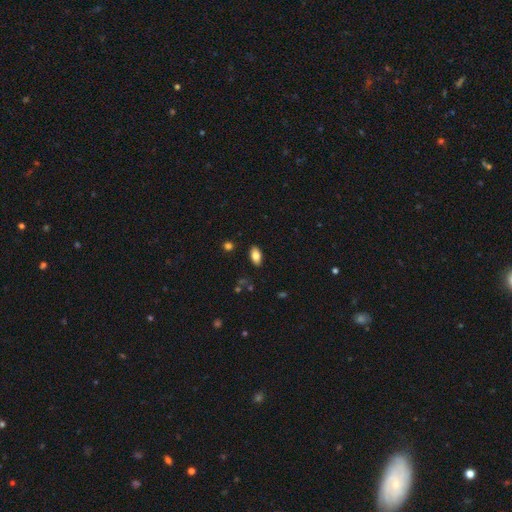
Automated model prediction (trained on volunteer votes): This appears to be a smooth galaxy with no disk features (81%) that is in between round and cigar-shaped (92%). Merging: none (87%).